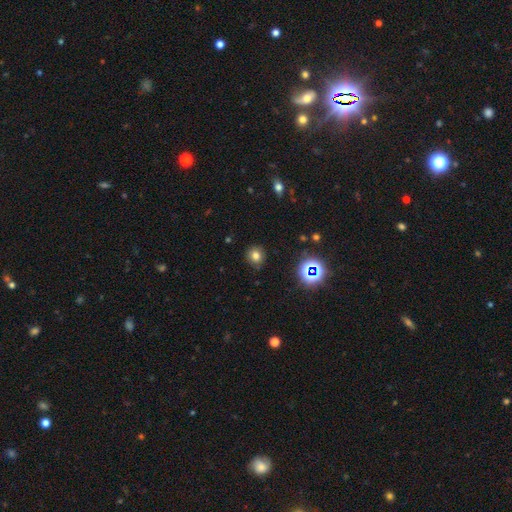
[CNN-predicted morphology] Smooth or featured: smooth — 73% (star or artifact — 19%)
How rounded: round — 84% (in between — 15%)
Merging: none — 85% (minor disturbance — 11%)